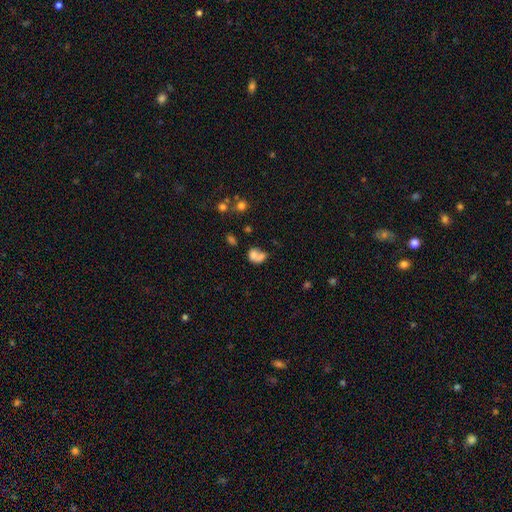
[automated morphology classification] A smooth galaxy with no disk features (68%) that is in between round and cigar-shaped (56%).

Vote fractions:
- Smooth or featured? smooth: 68% / featured or disk: 21% / star or artifact: 12%
- How rounded? in between: 56% / round: 42% / cigar-shaped: 2%
- Merging? merger: 64% / none: 19% / minor disturbance: 8% / major disturbance: 8%